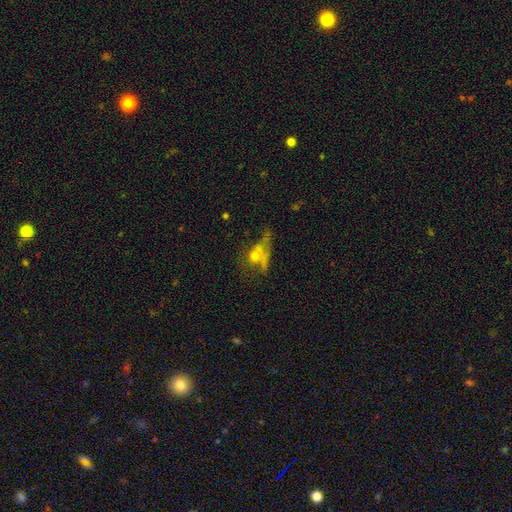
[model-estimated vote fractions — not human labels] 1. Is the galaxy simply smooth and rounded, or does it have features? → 46% smooth, 37% featured or disk, 17% star or artifact.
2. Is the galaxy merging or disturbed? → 37% major disturbance, 25% none, 21% merger, 17% minor disturbance.